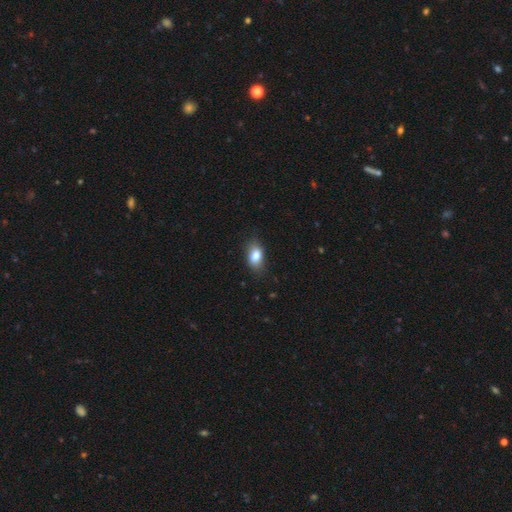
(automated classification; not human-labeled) smooth-or-featured: smooth: 80% | featured or disk: 11% | star or artifact: 8%
  how-rounded: in between: 85% | round: 11% | cigar-shaped: 4%
  merging: none: 78% | minor disturbance: 17% | major disturbance: 4% | merger: 1%